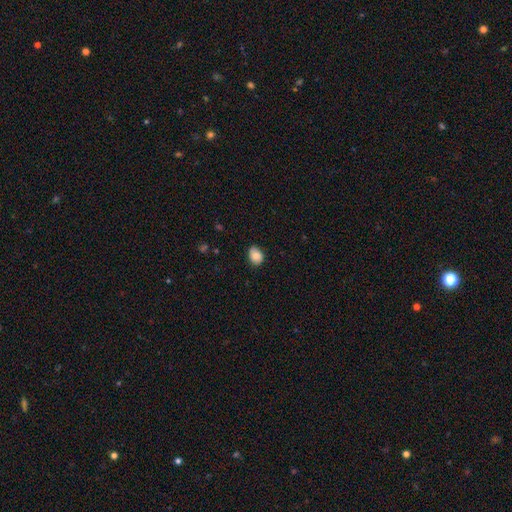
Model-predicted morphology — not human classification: This appears to be a smooth galaxy with no disk features (85%) that is in between round and cigar-shaped (70%). Merging: none (74%).